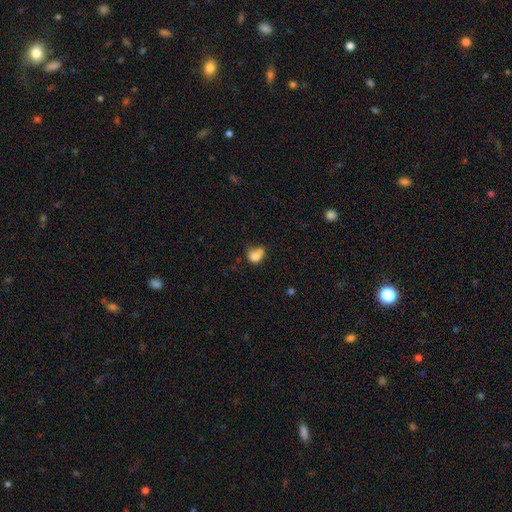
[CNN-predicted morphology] Smooth or featured: smooth — 78% (featured or disk — 11%)
How rounded: round — 50% (in between — 48%)
Merging: none — 33% (minor disturbance — 27%)